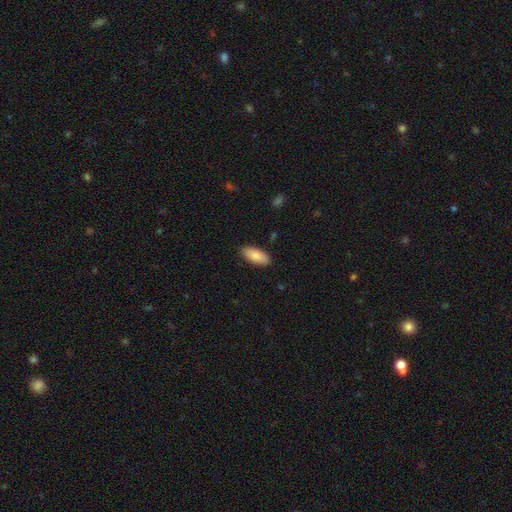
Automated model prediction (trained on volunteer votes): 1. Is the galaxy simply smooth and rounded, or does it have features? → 87% smooth, 7% featured or disk, 6% star or artifact.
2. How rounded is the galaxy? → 86% in between, 12% cigar-shaped, 2% round.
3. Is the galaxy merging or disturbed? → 89% none, 8% minor disturbance, 2% major disturbance, 1% merger.